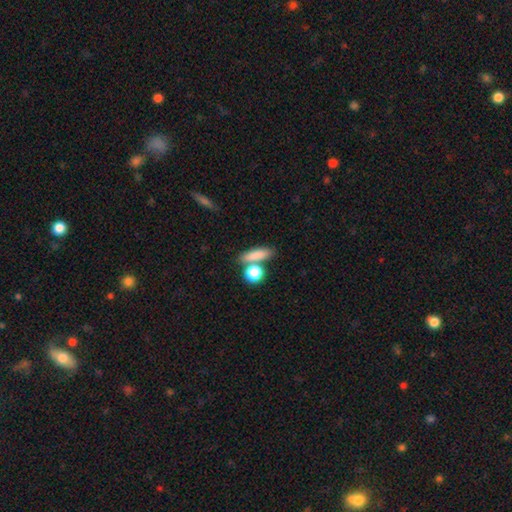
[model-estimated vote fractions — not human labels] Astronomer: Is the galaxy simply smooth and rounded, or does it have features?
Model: smooth — 82%.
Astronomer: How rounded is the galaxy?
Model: in between — 39% (runner-up: cigar-shaped, 37%).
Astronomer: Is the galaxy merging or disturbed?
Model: none — 63%.